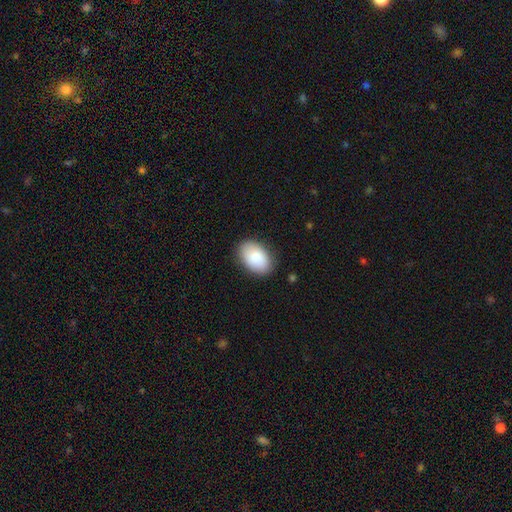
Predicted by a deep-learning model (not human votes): smooth 88%, featured or disk 6%, star or artifact 6%. Down the decision tree: how rounded — in between (91%); merging — none (86%).